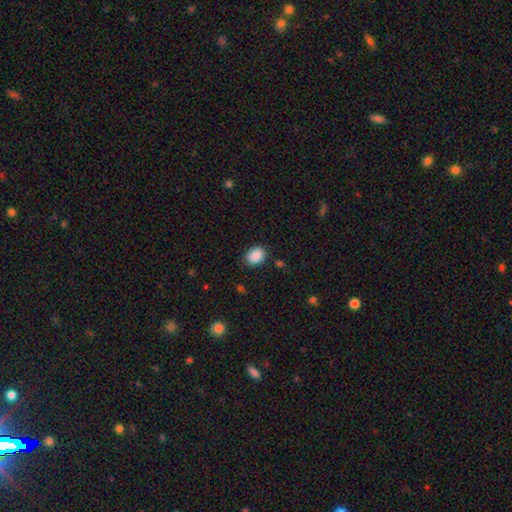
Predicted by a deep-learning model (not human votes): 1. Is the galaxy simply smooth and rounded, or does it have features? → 89% smooth, 8% star or artifact, 3% featured or disk.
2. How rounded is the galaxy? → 66% in between, 33% round, 1% cigar-shaped.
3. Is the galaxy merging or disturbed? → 84% none, 12% minor disturbance, 3% major disturbance, 1% merger.